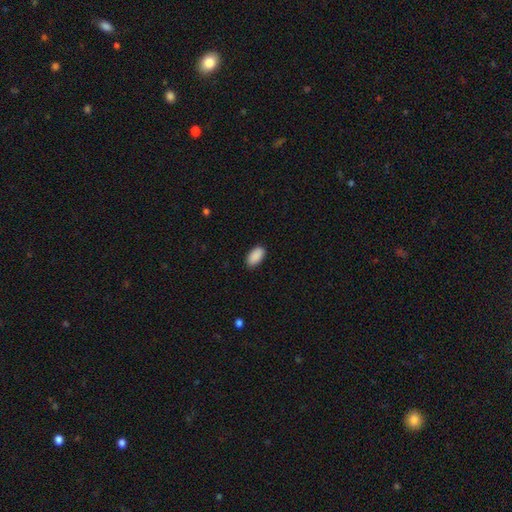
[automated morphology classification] Smooth or featured: smooth — 91% (star or artifact — 7%)
How rounded: in between — 94% (cigar-shaped — 3%)
Merging: none — 87% (minor disturbance — 10%)